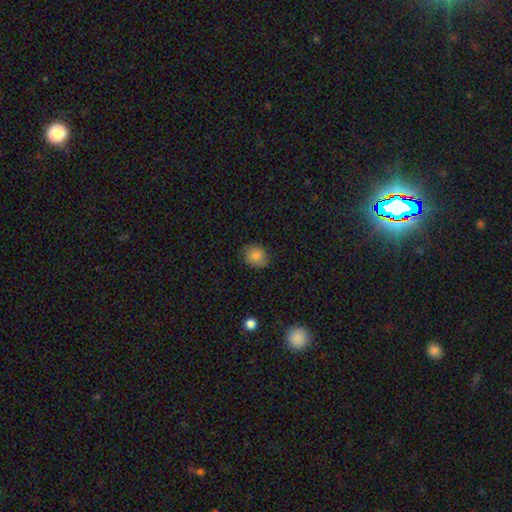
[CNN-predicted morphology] A smooth galaxy with no disk features (82%) that is round (62%). Merging: none (75%).